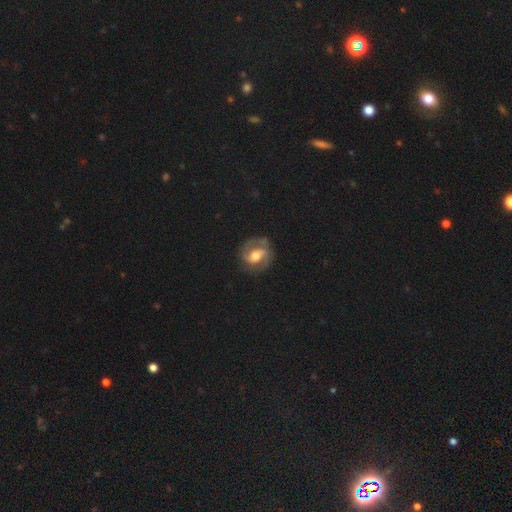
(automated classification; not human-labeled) This appears to be a featured or disk galaxy (80%) with a weak bar (45%), 2 (87%) medium (50%) spiral arms (92%) and a moderate central bulge (65%). Merging: none (76%).